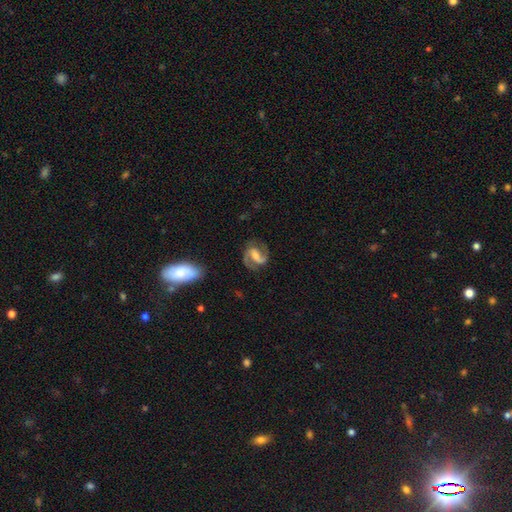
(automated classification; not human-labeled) A featured or disk galaxy (86%) with a weak bar (44%), 2 (92%) medium (57%) spiral arms (97%) and a moderate central bulge (44%). Merging: none (77%).